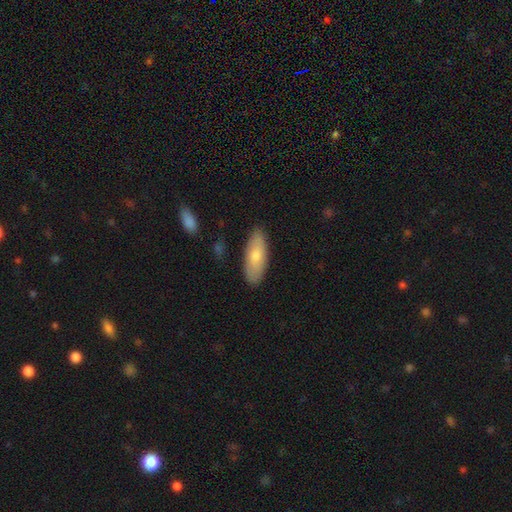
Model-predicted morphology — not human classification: The model was most divided on "smooth or featured": smooth: 73%, featured or disk: 21%, star or artifact: 6%. More confident: merging — none (86%); how rounded — in between (77%).